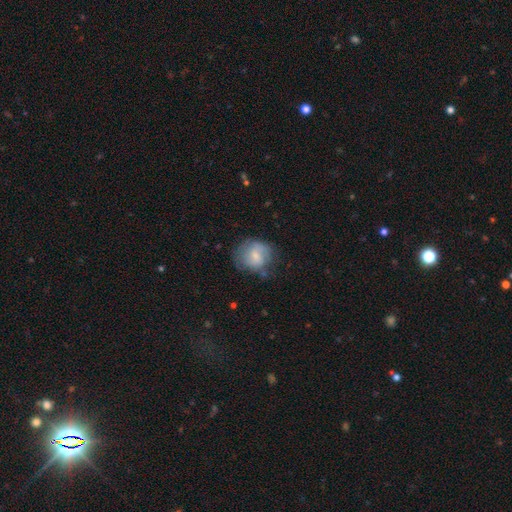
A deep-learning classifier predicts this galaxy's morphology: Q: Smooth or featured?
A: smooth (59%); runner-up: featured or disk (33%)
Q: How rounded?
A: round (75%); runner-up: in between (24%)
Q: Merging?
A: none (56%); runner-up: minor disturbance (28%)